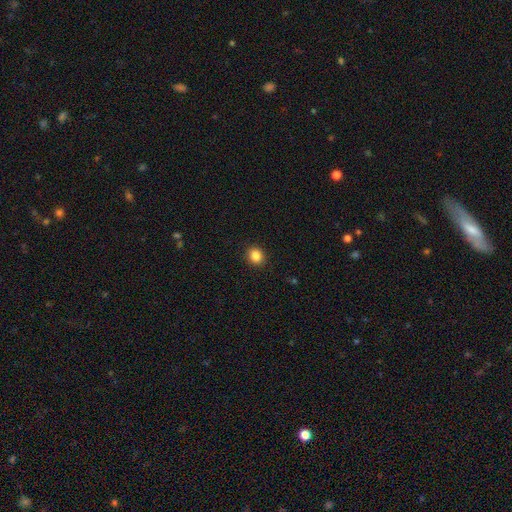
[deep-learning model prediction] Morphology: type=smooth (86%); roundness=round (75%); merging=none (91%).